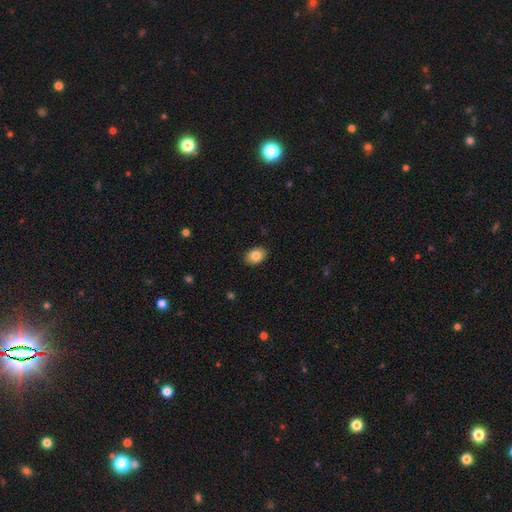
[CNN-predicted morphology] A smooth galaxy with no disk features (84%) that is in between round and cigar-shaped (73%). Merging: none (89%).